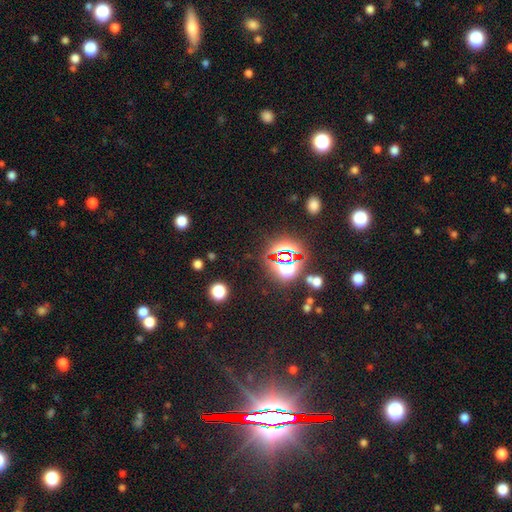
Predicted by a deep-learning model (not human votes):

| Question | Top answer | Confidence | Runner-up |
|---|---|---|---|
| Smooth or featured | star or artifact | 81% | smooth (12%) |